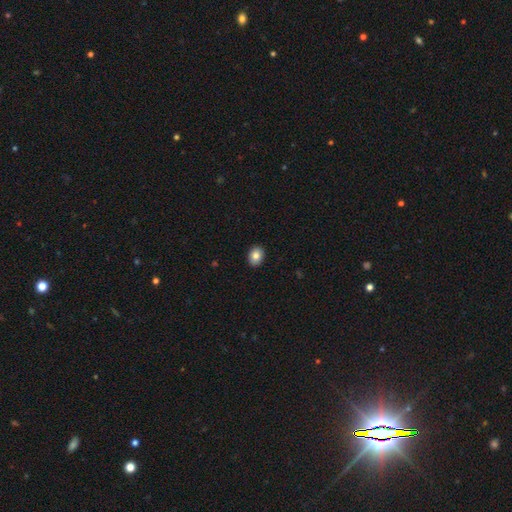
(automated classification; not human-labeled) Smooth or featured? smooth (84%)
How rounded? in between (62%)
Merging? none (91%)